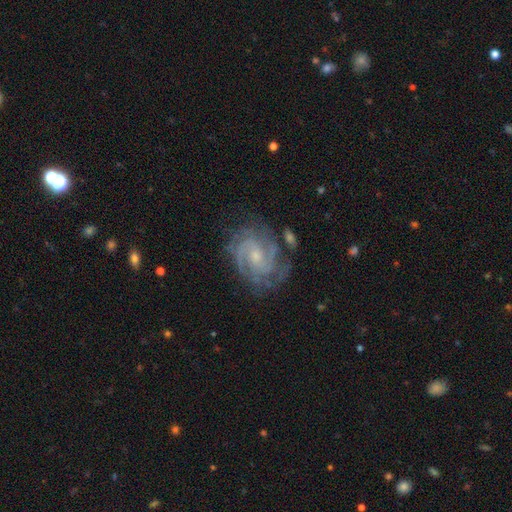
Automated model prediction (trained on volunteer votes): smooth-or-featured: featured or disk: 88% | star or artifact: 6% | smooth: 6%
  disk-edge-on: no: 98% | yes: 2%
    bar: no: 51% | weak: 41% | strong: 8%
    has-spiral-arms: yes: 97% | no: 3%
      spiral-winding: tight: 62% | medium: 32% | loose: 5%
      spiral-arm-count: 2: 38% | 3: 26% | can't tell: 18% | 4: 9% | more than 4: 5% | 1: 5%
    bulge-size: small: 59% | moderate: 33% | none: 6% | large: 2% | dominant: 1%
  merging: none: 73% | minor disturbance: 17% | major disturbance: 7% | merger: 3%